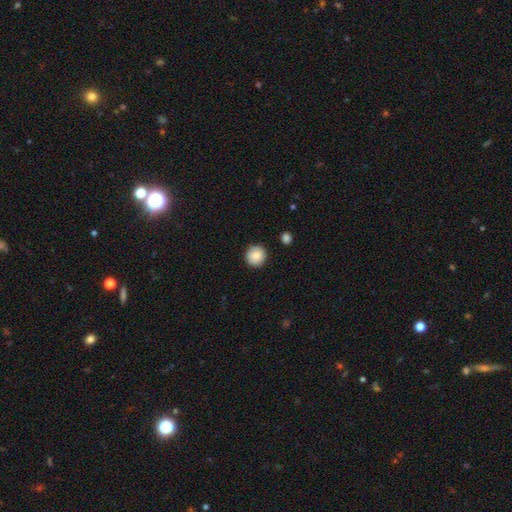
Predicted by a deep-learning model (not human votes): Smooth or featured? smooth (85%)
How rounded? round (94%)
Merging? none (90%)